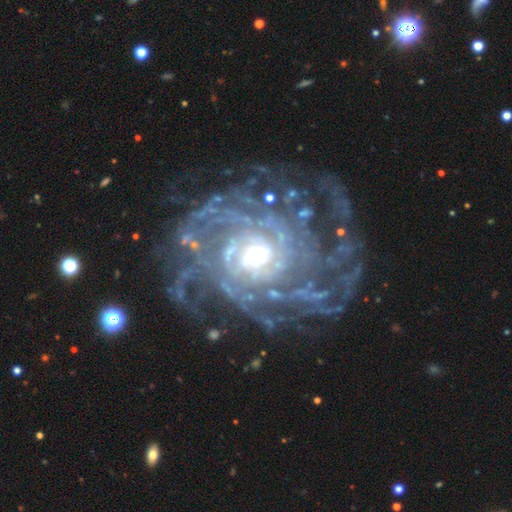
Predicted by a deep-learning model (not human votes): smooth_or_featured: featured or disk (p=0.91) [alt: star or artifact p=0.05]
disk_edge_on: no (p=0.97) [alt: yes p=0.03]
bar: no (p=0.66) [alt: weak p=0.24]
has_spiral_arms: yes (p=0.97) [alt: no p=0.03]
spiral_winding: tight (p=0.75) [alt: medium p=0.20]
spiral_arm_count: more than 4 (p=0.29) [alt: can't tell p=0.25]
bulge_size: small (p=0.50) [alt: moderate p=0.43]
merging: none (p=0.71) [alt: minor disturbance p=0.16]